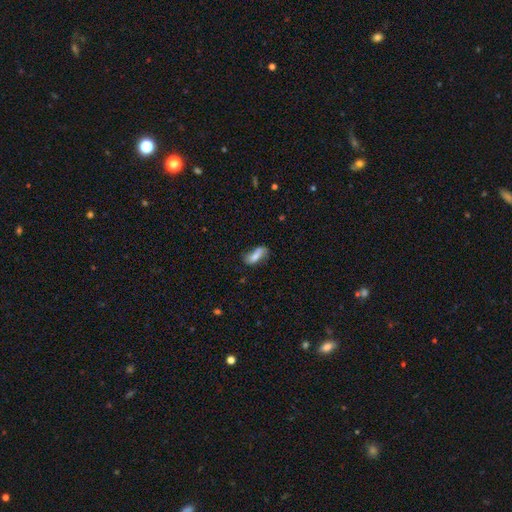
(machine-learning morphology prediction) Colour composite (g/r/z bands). It shows a smooth galaxy with no disk features (67%) that is in between round and cigar-shaped (72%). Merging: none (58%).